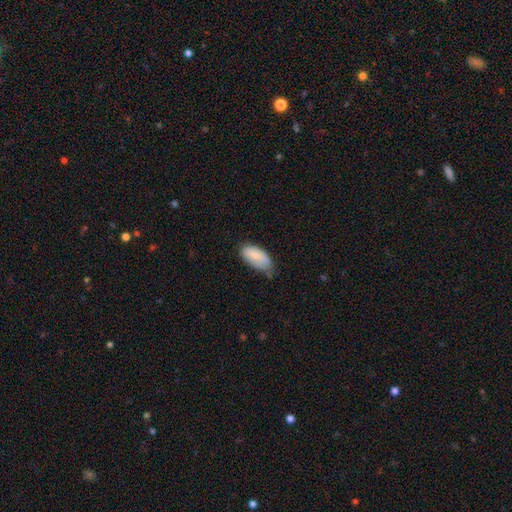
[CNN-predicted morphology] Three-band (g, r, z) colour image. It shows a smooth galaxy with no disk features (82%) that is in between round and cigar-shaped (94%). Merging: none (45%).